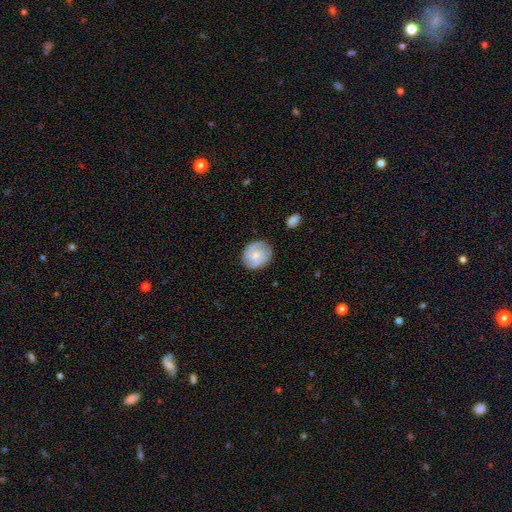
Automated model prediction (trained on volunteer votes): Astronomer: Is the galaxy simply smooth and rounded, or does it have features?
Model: featured or disk — 73%.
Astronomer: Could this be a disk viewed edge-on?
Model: no — 98%.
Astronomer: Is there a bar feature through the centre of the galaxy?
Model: no — 59% (runner-up: weak, 36%).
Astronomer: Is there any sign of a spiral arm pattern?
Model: yes — 94%.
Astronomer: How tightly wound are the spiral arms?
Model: tight — 53% (runner-up: medium, 38%).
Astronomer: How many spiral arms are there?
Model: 2 — 50%.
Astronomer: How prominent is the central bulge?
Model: small — 53% (runner-up: moderate, 30%).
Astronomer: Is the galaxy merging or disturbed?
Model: none — 78%.